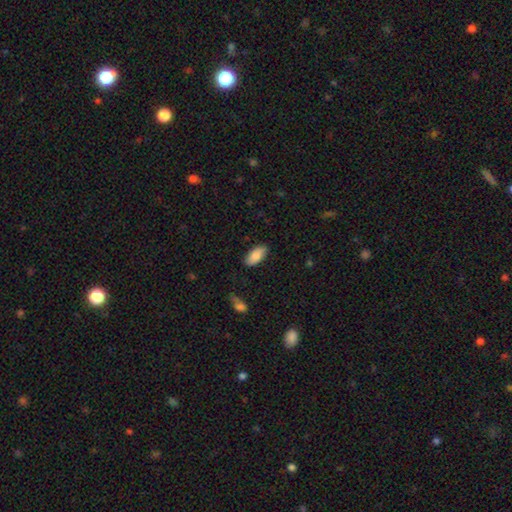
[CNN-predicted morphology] type=smooth (86%); roundness=in between (91%); merging=none (86%).